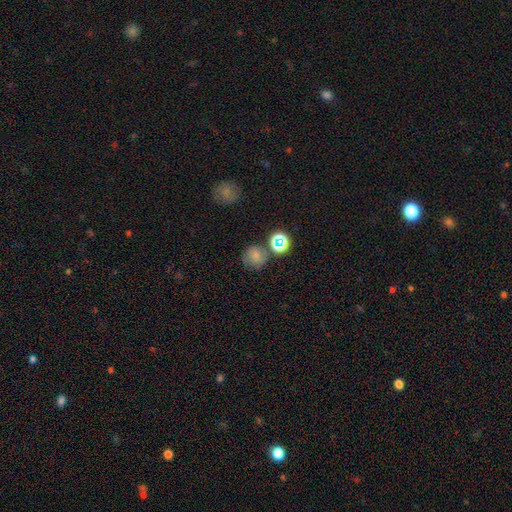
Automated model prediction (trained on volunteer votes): This appears to be a smooth galaxy with no disk features (71%) that is round (86%). Merging: none (66%).